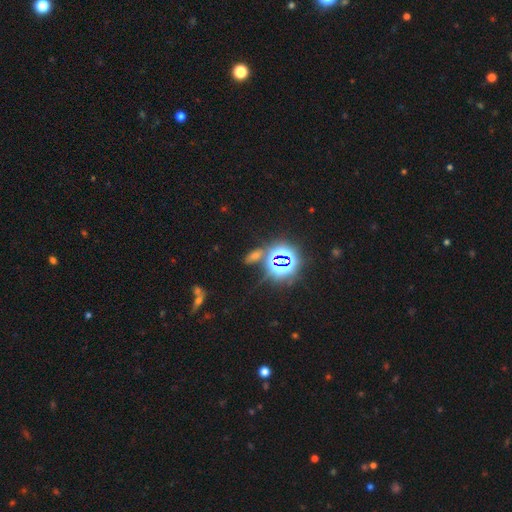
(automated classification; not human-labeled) Morphology: type=star or artifact (61%).